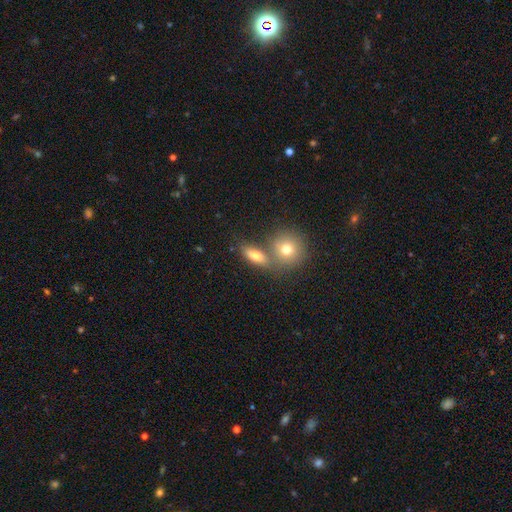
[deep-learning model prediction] smooth_or_featured: smooth (p=0.72) [alt: featured or disk p=0.18]
how_rounded: in between (p=0.65) [alt: round p=0.20]
merging: none (p=0.56) [alt: merger p=0.30]